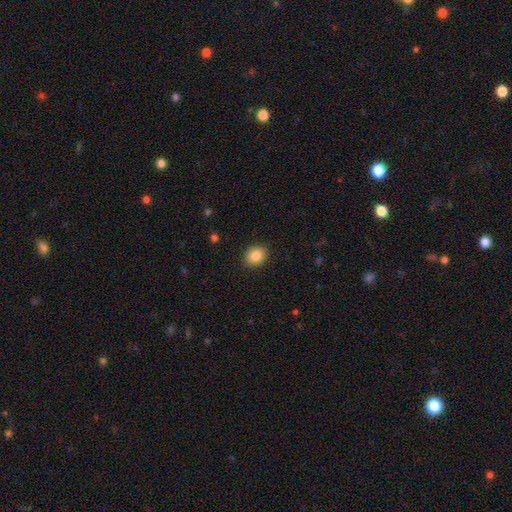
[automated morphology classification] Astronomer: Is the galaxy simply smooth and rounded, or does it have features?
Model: smooth — 86%.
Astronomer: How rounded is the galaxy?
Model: round — 63%.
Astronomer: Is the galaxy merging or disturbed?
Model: none — 90%.